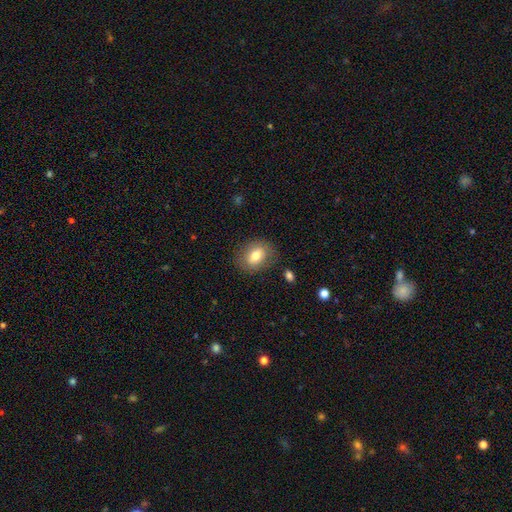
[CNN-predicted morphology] smooth 75%, featured or disk 17%, star or artifact 8%. Down the decision tree: how rounded — in between (65%); merging — none (82%).